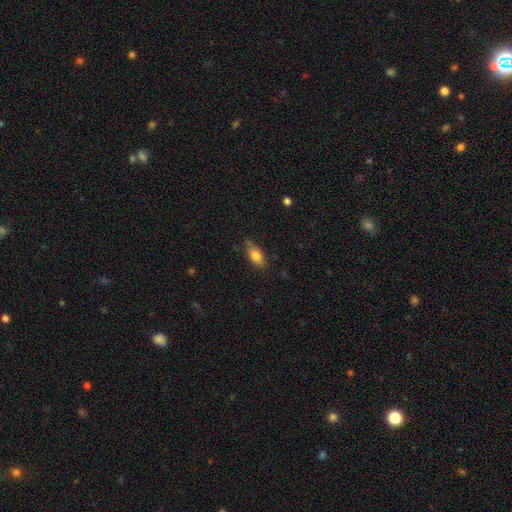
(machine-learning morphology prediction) Smooth or featured? Predicted: smooth (p=0.81). How rounded? Predicted: in between (p=0.86). Merging? Predicted: none (p=0.71).